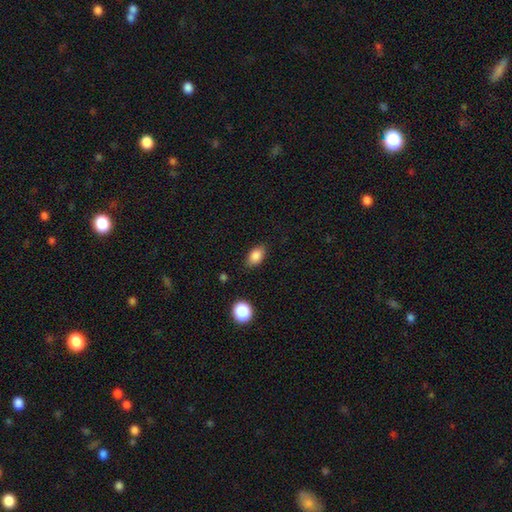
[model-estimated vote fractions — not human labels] A smooth galaxy with no disk features (85%) that is in between round and cigar-shaped (86%).

Vote fractions:
- Smooth or featured? smooth: 85% / star or artifact: 9% / featured or disk: 6%
- How rounded? in between: 86% / round: 11% / cigar-shaped: 3%
- Merging? none: 82% / minor disturbance: 13% / major disturbance: 3% / merger: 2%